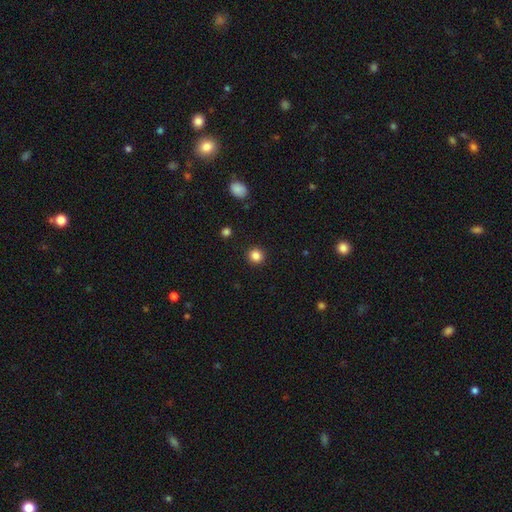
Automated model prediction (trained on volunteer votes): smooth-or-featured: smooth: 85% | star or artifact: 12% | featured or disk: 4%
  how-rounded: round: 93% | in between: 6% | cigar-shaped: 1%
  merging: none: 92% | minor disturbance: 5% | major disturbance: 2% | merger: 1%